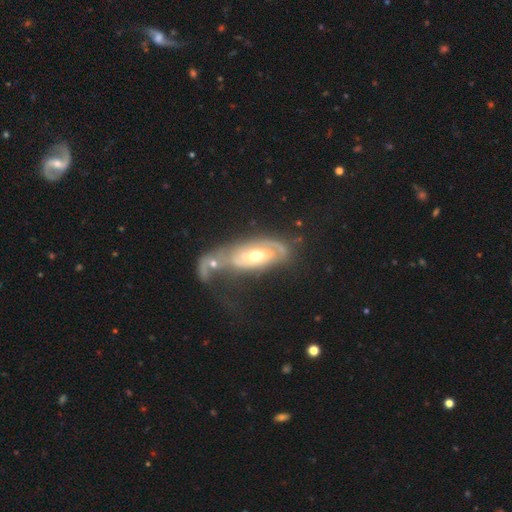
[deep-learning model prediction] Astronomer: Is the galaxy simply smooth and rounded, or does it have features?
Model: featured or disk — 76%.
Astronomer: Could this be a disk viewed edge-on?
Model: no — 90%.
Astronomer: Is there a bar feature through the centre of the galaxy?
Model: no — 69%.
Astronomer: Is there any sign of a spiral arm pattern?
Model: yes — 77%.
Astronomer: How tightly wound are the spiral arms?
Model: tight — 58%.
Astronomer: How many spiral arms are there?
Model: can't tell — 40% (runner-up: 2, 39%).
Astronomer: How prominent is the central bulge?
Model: moderate — 69%.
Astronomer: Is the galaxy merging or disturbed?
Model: merger — 42% (runner-up: none, 25%).